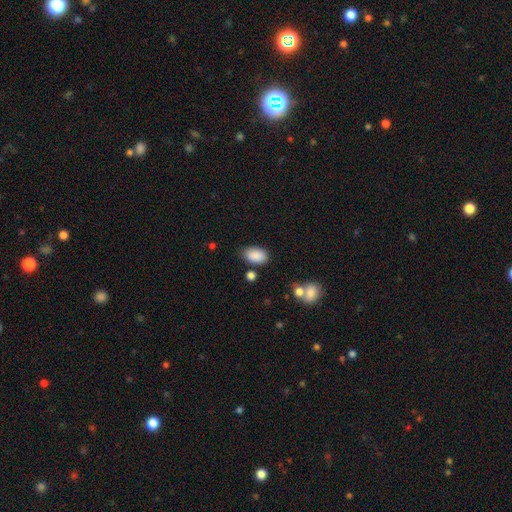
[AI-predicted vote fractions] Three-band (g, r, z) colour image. It shows a smooth galaxy with no disk features (88%) that is in between round and cigar-shaped (91%). Merging: none (76%).